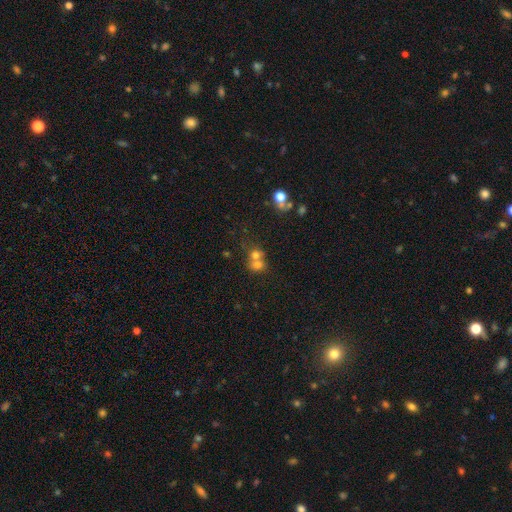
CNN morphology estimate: Overall: smooth (69%). How rounded: round (73%). Merging: merger (61%; none 30%).